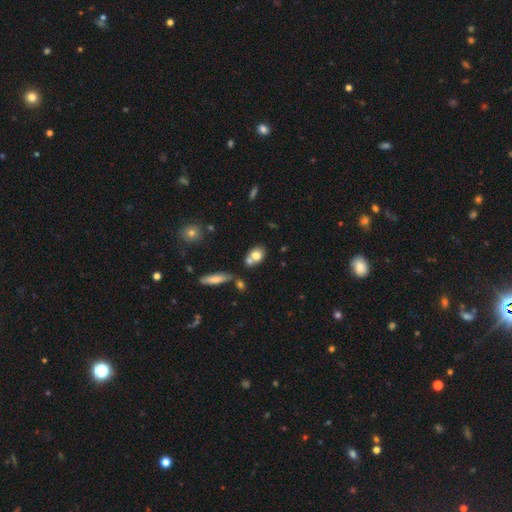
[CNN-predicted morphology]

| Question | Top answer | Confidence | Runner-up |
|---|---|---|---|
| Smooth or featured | smooth | 74% | featured or disk (16%) |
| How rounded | in between | 51% | round (46%) |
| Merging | none | 46% | merger (39%) |